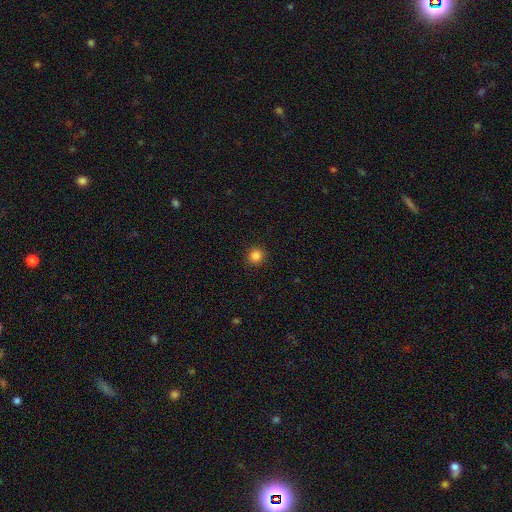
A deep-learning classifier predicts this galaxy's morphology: The model was most divided on "smooth or featured": smooth: 84%, star or artifact: 12%, featured or disk: 4%. More confident: how rounded — round (94%); merging — none (92%).